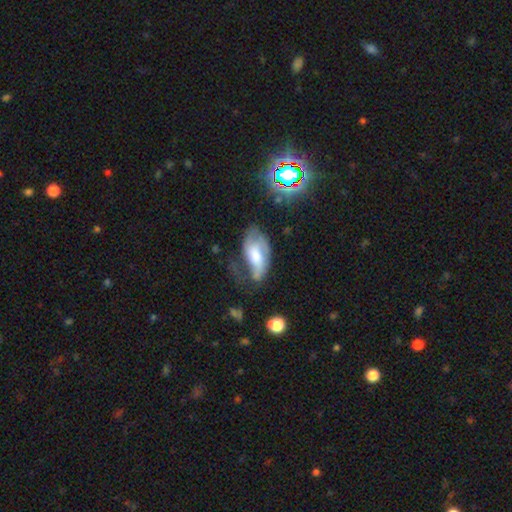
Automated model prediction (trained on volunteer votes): The model was most divided on "smooth or featured": featured or disk: 49%, smooth: 42%, star or artifact: 9%. Remaining: merging — major disturbance (39%).